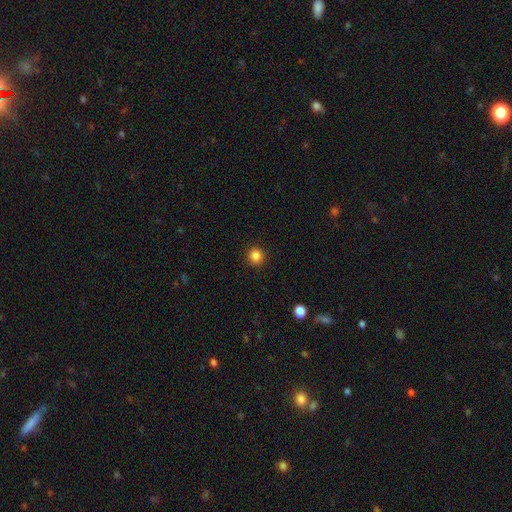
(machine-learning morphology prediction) Smooth or featured: smooth — 85% (star or artifact — 11%)
How rounded: round — 91% (in between — 8%)
Merging: none — 92% (minor disturbance — 5%)